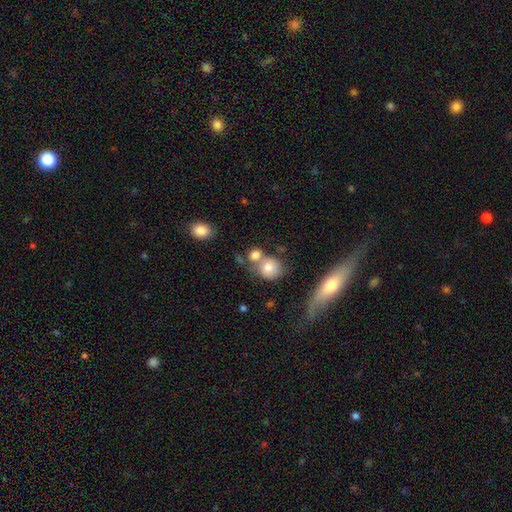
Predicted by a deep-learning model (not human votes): smooth-or-featured: smooth: 77% | featured or disk: 12% | star or artifact: 11%
  how-rounded: round: 68% | in between: 30% | cigar-shaped: 2%
  merging: none: 43% | merger: 41% | minor disturbance: 11% | major disturbance: 5%